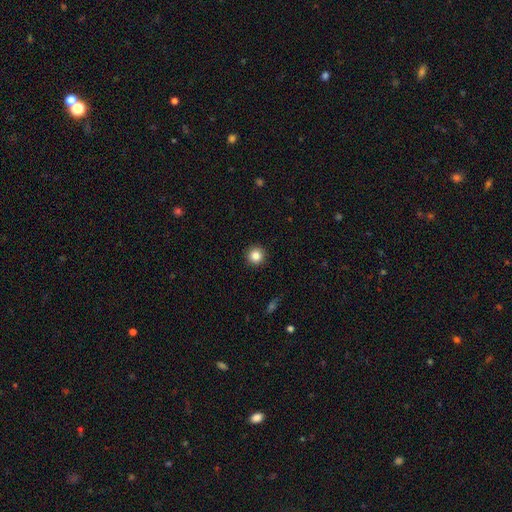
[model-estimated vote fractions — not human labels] This appears to be a smooth galaxy with no disk features (85%) that is round (96%). Merging: none (93%).